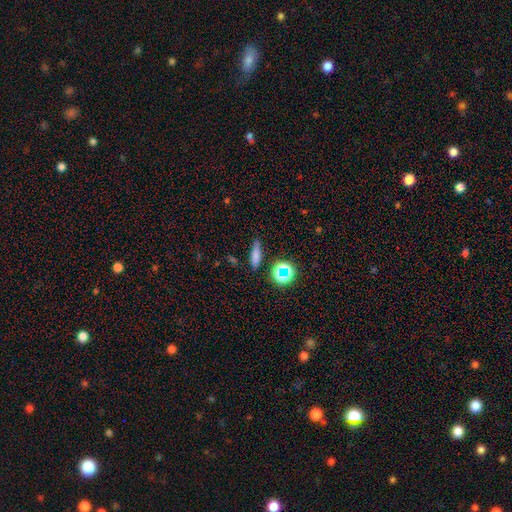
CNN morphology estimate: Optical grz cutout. It shows a smooth galaxy with no disk features (71%) that is cigar-shaped (61%). Merging: none (80%).